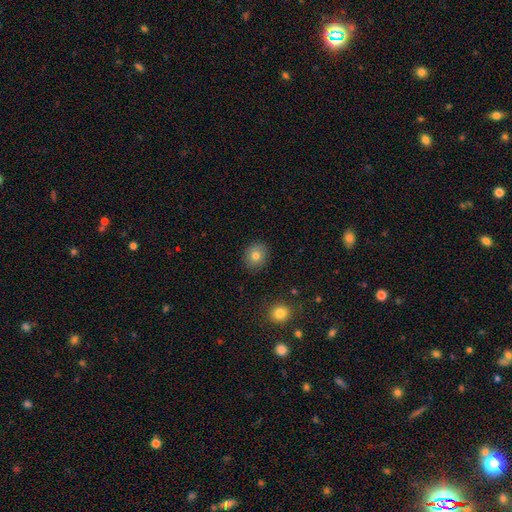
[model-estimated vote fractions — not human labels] Overall: smooth (78%). How rounded: round (74%). Merging: none (88%).